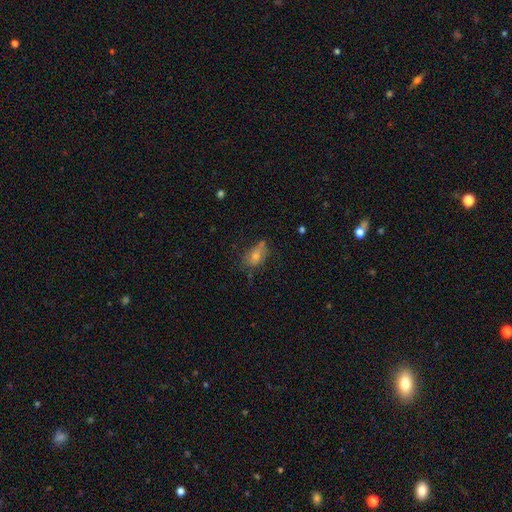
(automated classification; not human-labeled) Smooth or featured?
  - smooth: 49% *
  - featured or disk: 34%
  - star or artifact: 18%
Merging?
  - none: 51% *
  - minor disturbance: 29%
  - major disturbance: 16%
  - merger: 4%